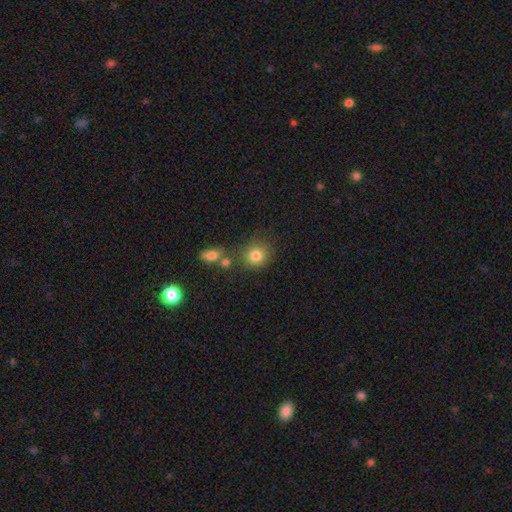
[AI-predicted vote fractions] Smooth or featured: smooth — 81% (star or artifact — 12%)
How rounded: round — 82% (in between — 17%)
Merging: none — 70% (merger — 14%)